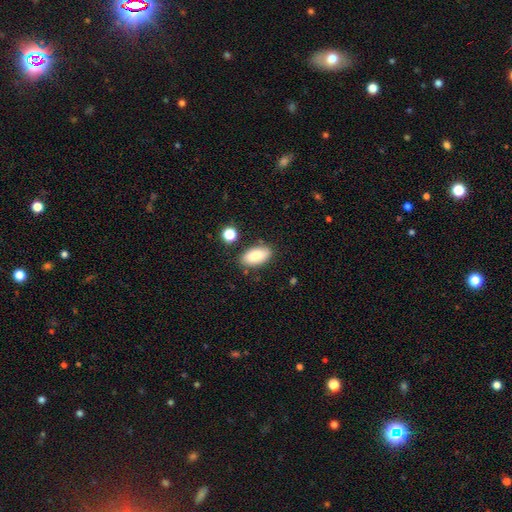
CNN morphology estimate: Smooth or featured?
  - smooth: 80% *
  - featured or disk: 13%
  - star or artifact: 7%
How rounded?
  - in between: 92% *
  - cigar-shaped: 5%
  - round: 4%
Merging?
  - none: 82% *
  - minor disturbance: 11%
  - merger: 4%
  - major disturbance: 3%